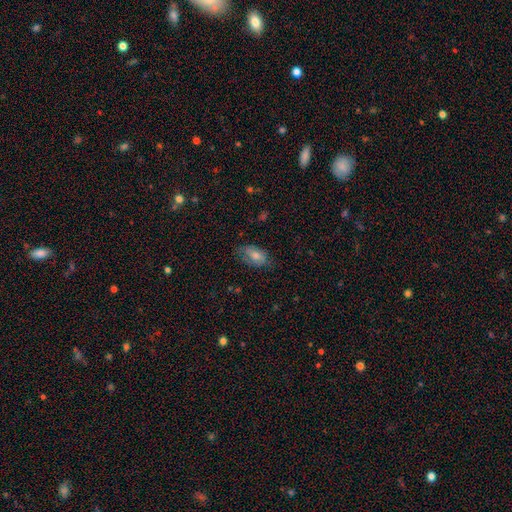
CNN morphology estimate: smooth 71%, featured or disk 21%, star or artifact 8%. Down the decision tree: how rounded — in between (91%); merging — none (64%).